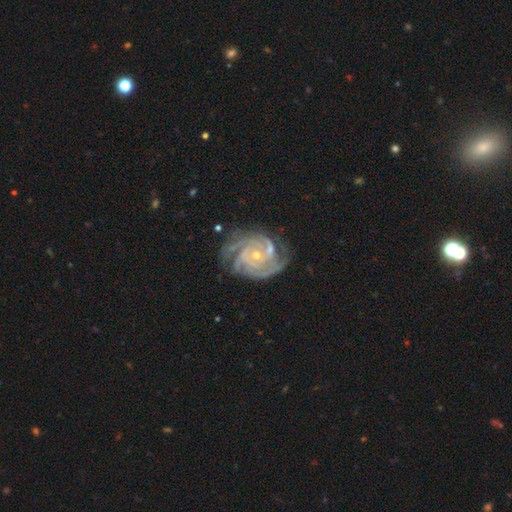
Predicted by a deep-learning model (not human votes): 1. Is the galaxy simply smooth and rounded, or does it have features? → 91% featured or disk, 5% star or artifact, 4% smooth.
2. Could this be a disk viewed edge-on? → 98% no, 2% yes.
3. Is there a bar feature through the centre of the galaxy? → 69% no, 23% weak, 8% strong.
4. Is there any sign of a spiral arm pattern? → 98% yes, 2% no.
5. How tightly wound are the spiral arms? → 72% tight, 24% medium, 3% loose.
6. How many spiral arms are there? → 33% 3, 27% 4, 14% 2, 12% can't tell, 7% more than 4, 6% 1.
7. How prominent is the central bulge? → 74% small, 23% moderate, 2% none, 1% large, 1% dominant.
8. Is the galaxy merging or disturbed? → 66% none, 20% minor disturbance, 8% major disturbance, 5% merger.